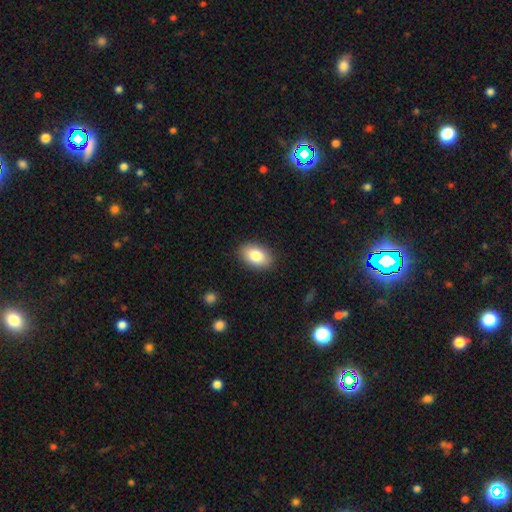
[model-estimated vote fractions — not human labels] Smooth or featured? Predicted: smooth (p=0.84). How rounded? Predicted: in between (p=0.91). Merging? Predicted: none (p=0.88).